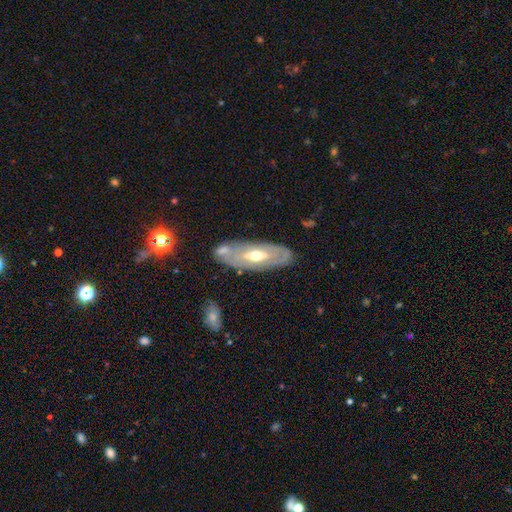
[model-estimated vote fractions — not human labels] The model was most divided on "spiral arms": no: 60%, yes: 40%. More confident: edge-on disk — no (78%); merging — none (74%); bulge size — moderate (70%); smooth or featured — featured or disk (66%); bar — no (55%).